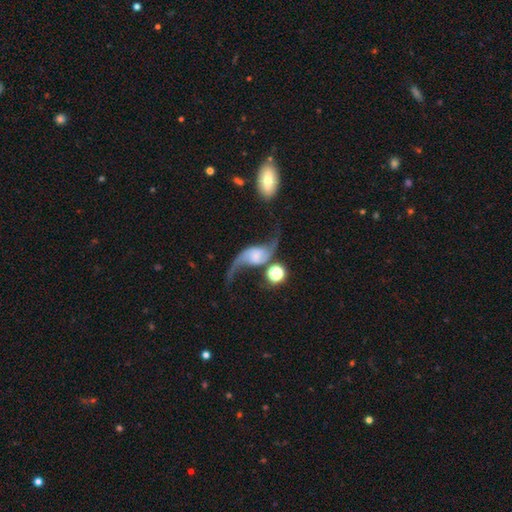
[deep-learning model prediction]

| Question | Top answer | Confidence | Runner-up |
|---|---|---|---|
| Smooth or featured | featured or disk | 85% | smooth (8%) |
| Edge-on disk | no | 96% | yes (4%) |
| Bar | no | 56% | weak (33%) |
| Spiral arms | yes | 97% | no (3%) |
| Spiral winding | loose | 92% | medium (6%) |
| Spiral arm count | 2 | 94% | 1 (2%) |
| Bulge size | none | 34% | small (30%) |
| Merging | none | 58% | minor disturbance (17%) |